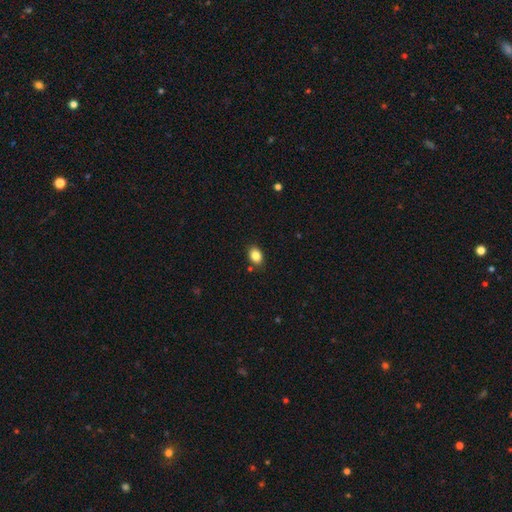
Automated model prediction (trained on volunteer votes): smooth_or_featured: smooth (p=0.85) [alt: star or artifact p=0.09]
how_rounded: in between (p=0.76) [alt: round p=0.23]
merging: none (p=0.86) [alt: minor disturbance p=0.10]